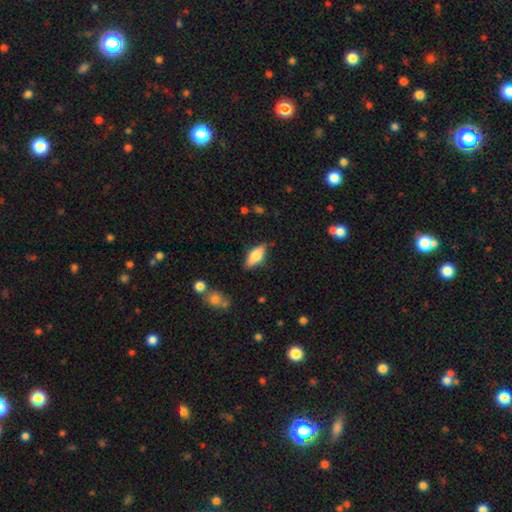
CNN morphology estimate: This appears to be a smooth galaxy with no disk features (61%) that is in between round and cigar-shaped (72%). Merging: none (83%).